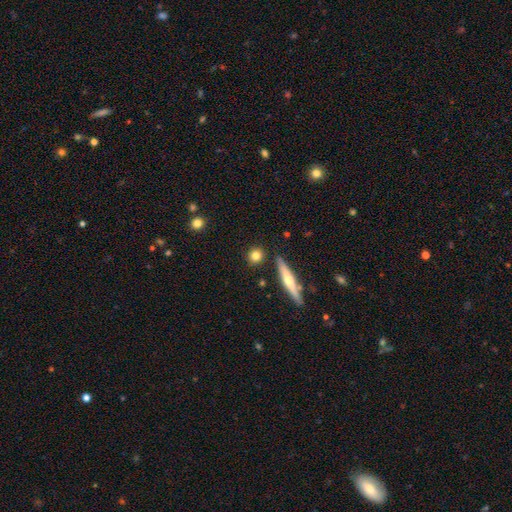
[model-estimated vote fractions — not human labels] Overall: smooth (79%). How rounded: round (82%). Merging: none (85%).